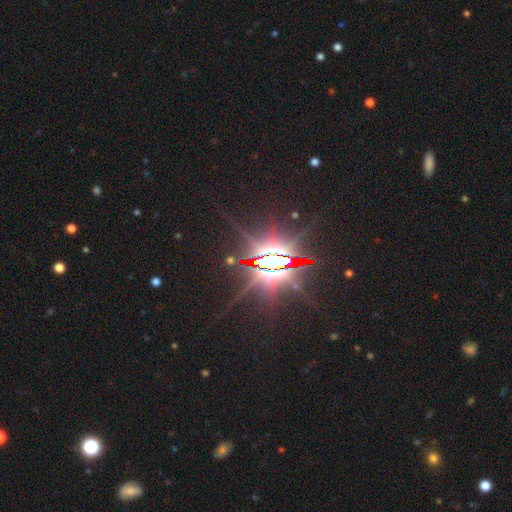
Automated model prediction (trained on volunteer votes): A star or artifact, not a galaxy (87%).

Vote fractions:
- Smooth or featured? star or artifact: 87% / featured or disk: 8% / smooth: 5%